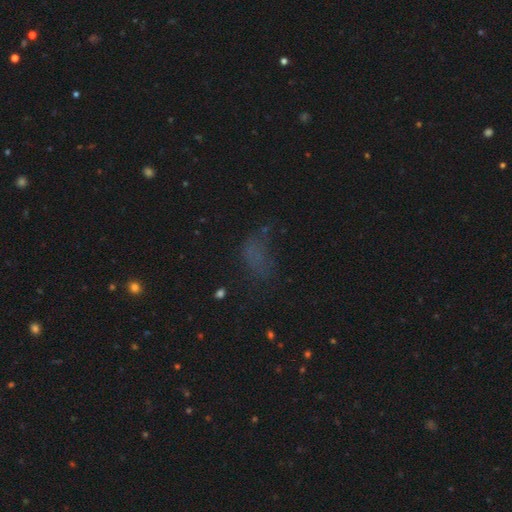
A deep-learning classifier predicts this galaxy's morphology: smooth 50%, star or artifact 33%, featured or disk 17%. Down the decision tree: how rounded — in between (81%); merging — none (46%).